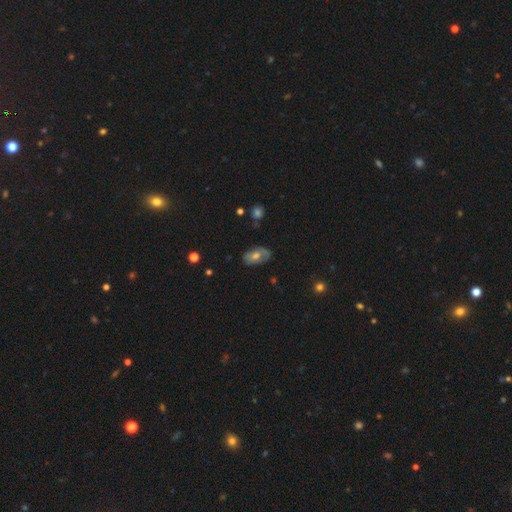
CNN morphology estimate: Smooth or featured? smooth (45%, tied with featured or disk)
Merging? none (74%)